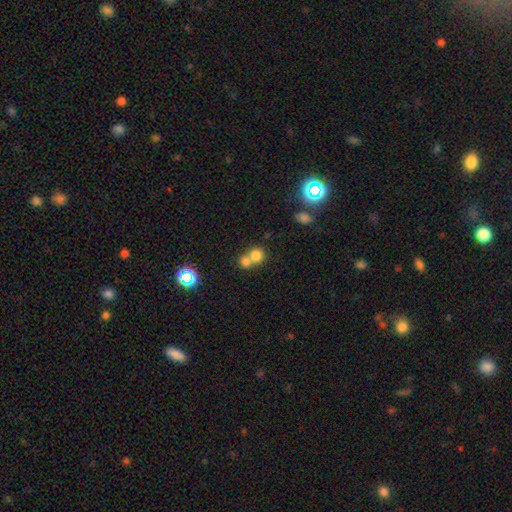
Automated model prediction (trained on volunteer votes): A smooth galaxy with no disk features (76%) that is round (84%). Merging: merger (56%).